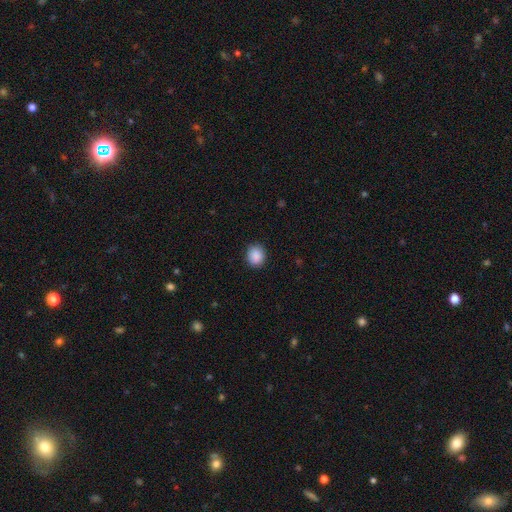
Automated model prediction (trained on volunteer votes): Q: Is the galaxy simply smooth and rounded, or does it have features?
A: smooth — 89%.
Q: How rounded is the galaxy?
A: round — 76%.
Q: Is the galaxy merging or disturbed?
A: none — 89%.